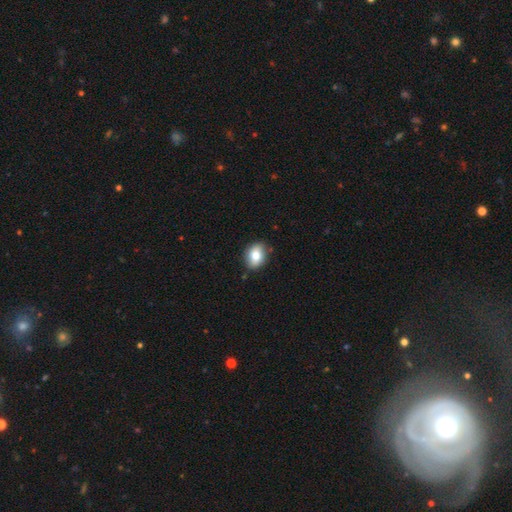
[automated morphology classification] Smooth or featured: smooth — 80% (featured or disk — 12%)
How rounded: in between — 67% (round — 32%)
Merging: none — 84% (minor disturbance — 12%)